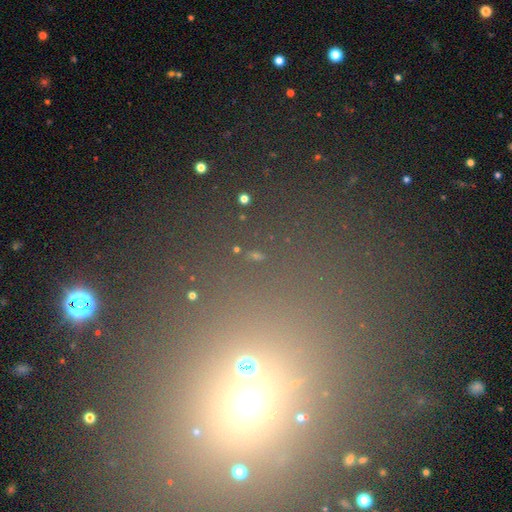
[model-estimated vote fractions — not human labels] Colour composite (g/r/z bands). It shows a star or artifact, not a galaxy (66%).